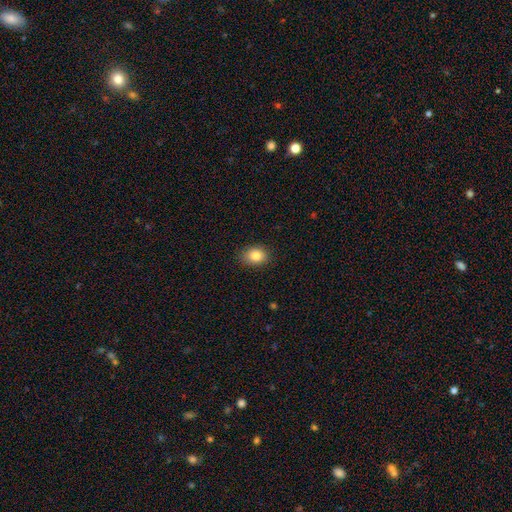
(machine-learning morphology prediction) Q: Smooth or featured?
A: smooth (85%); runner-up: star or artifact (9%)
Q: How rounded?
A: in between (67%); runner-up: round (32%)
Q: Merging?
A: none (87%); runner-up: minor disturbance (10%)